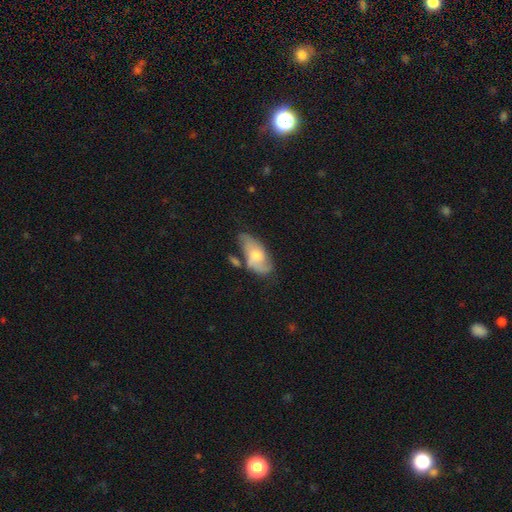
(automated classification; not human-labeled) Q: Smooth or featured?
A: featured or disk (51%); runner-up: smooth (43%)
Q: Edge-on disk?
A: no (91%); runner-up: yes (9%)
Q: Merging?
A: none (42%); runner-up: minor disturbance (29%)